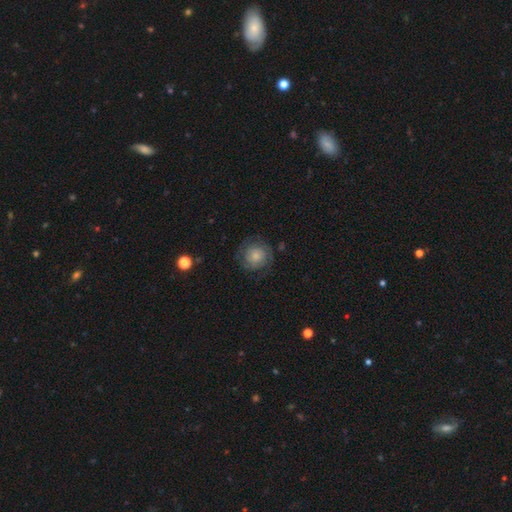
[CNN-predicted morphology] Q: Smooth or featured?
A: smooth (50%); runner-up: featured or disk (42%)
Q: Merging?
A: none (74%); runner-up: minor disturbance (15%)